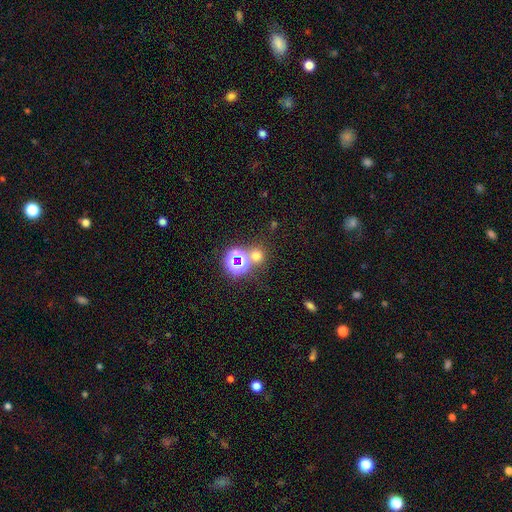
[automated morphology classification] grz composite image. It shows a smooth galaxy with no disk features (55%) that is round (87%). Merging: none (69%).